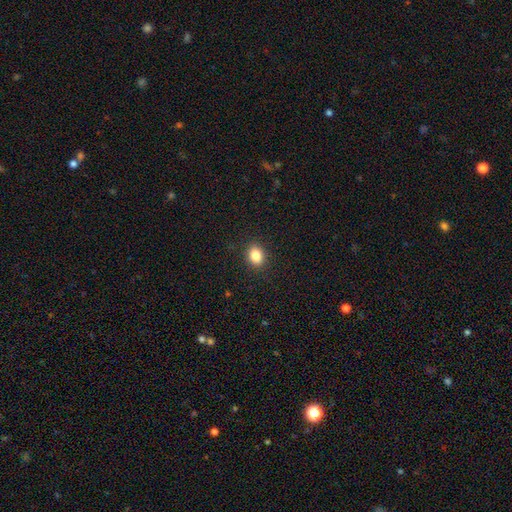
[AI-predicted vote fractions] Smooth or featured? smooth (85%)
How rounded? in between (60%)
Merging? none (90%)